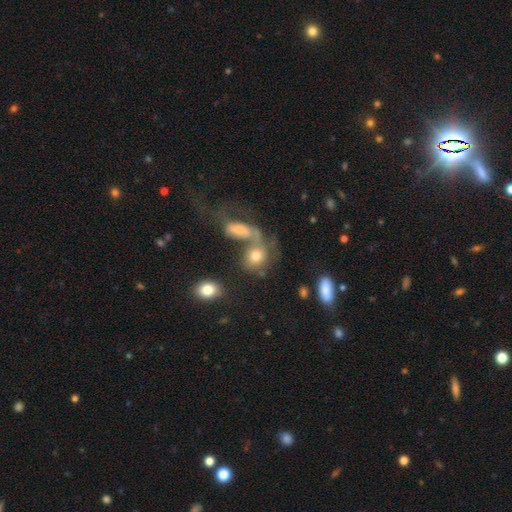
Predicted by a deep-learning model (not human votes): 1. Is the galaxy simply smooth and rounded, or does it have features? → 59% smooth, 28% featured or disk, 14% star or artifact.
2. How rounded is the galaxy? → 50% round, 47% in between, 4% cigar-shaped.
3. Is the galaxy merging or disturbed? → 50% merger, 25% none, 15% major disturbance, 10% minor disturbance.